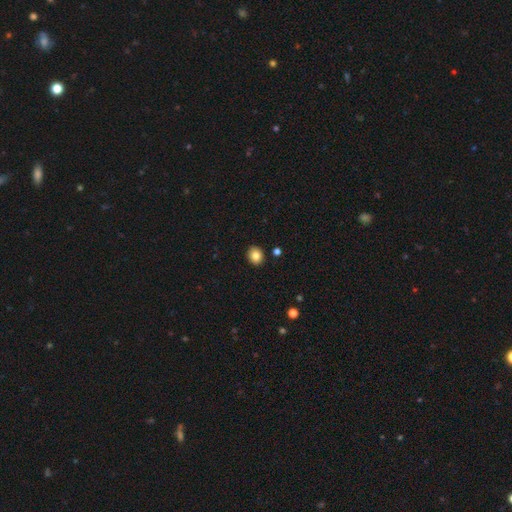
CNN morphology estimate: This appears to be a smooth galaxy with no disk features (84%) that is round (71%). Merging: none (91%).